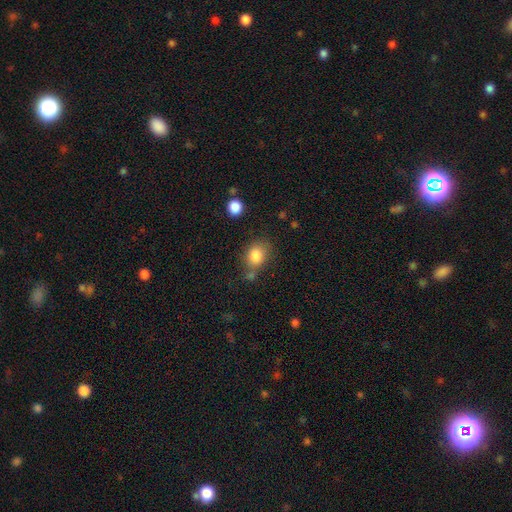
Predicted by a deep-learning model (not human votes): Overall: smooth (84%). How rounded: in between (54%; round 45%). Merging: none (61%).